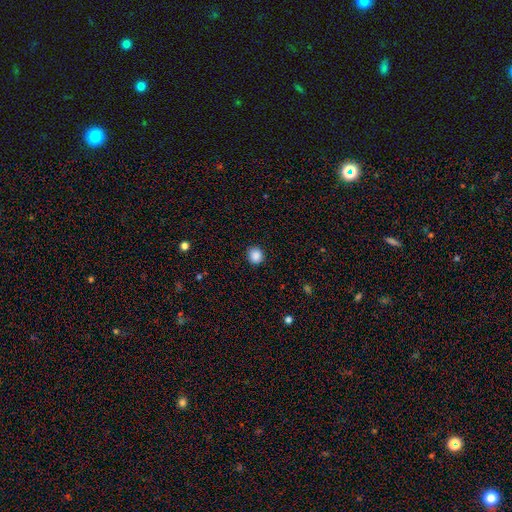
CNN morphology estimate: smooth_or_featured: smooth (p=0.88) [alt: star or artifact p=0.09]
how_rounded: round (p=0.86) [alt: in between p=0.14]
merging: none (p=0.90) [alt: minor disturbance p=0.07]